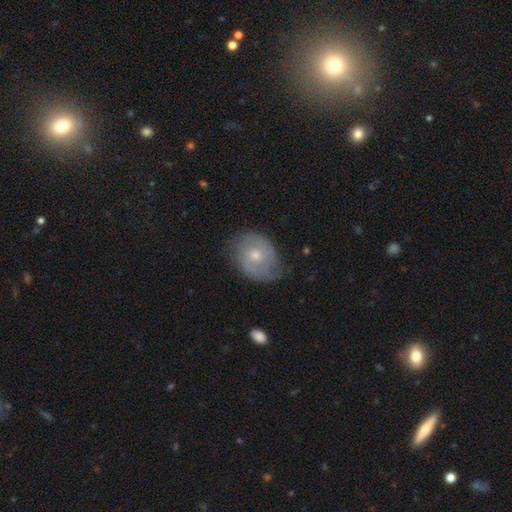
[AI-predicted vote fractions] Morphology: type=featured or disk (67%); edge-on=no (97%); bar=no (66%); spiral arms=yes (86%); winding=tight (42%); arm count=2 (70%); bulge=moderate (55%); merging=none (63%).